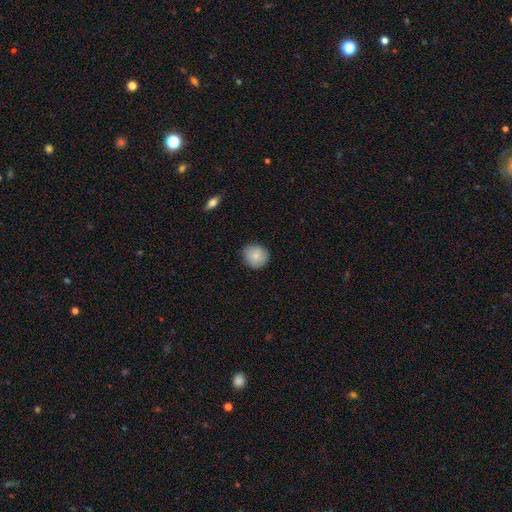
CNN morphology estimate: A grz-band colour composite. It shows a smooth galaxy with no disk features (84%) that is round (88%). Merging: none (86%).